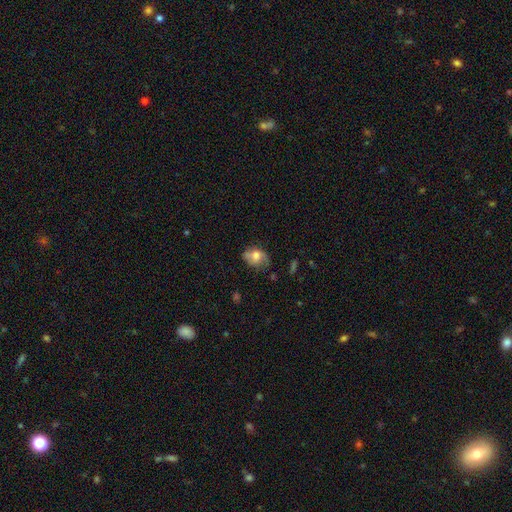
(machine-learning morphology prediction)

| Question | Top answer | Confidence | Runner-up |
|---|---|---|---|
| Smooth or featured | smooth | 60% | featured or disk (30%) |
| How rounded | in between | 67% | round (31%) |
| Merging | none | 49% | minor disturbance (32%) |